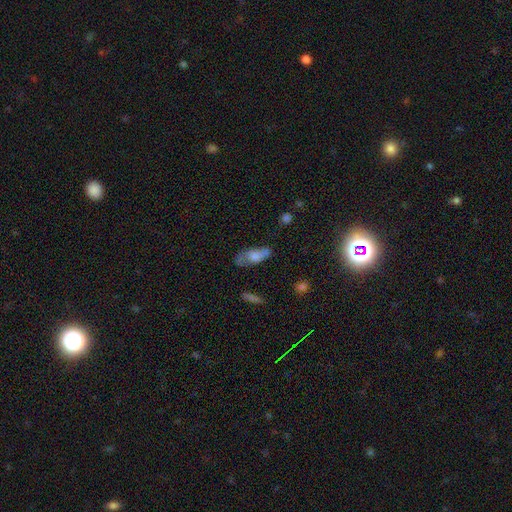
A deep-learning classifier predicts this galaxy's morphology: The model was most divided on "merging": none: 47%, minor disturbance: 29%, major disturbance: 18%, merger: 6%. More confident: how rounded — in between (74%); smooth or featured — smooth (60%).